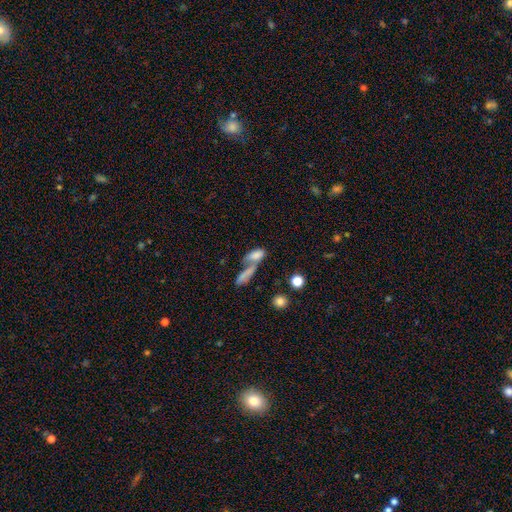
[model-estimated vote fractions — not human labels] Morphology: type=smooth (73%); roundness=in between (71%); merging=merger (63%).